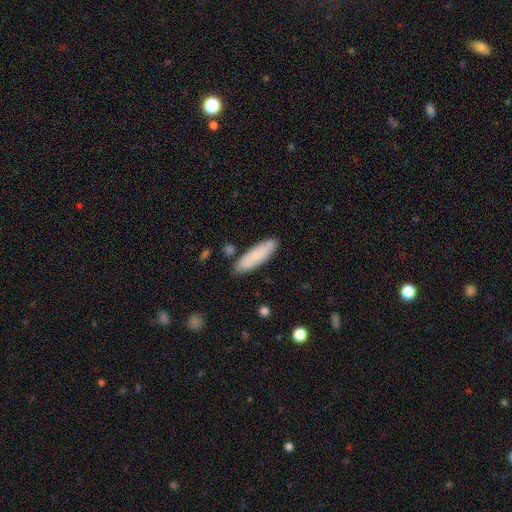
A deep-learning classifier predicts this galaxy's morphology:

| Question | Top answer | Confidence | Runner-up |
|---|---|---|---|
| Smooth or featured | smooth | 76% | featured or disk (18%) |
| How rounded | cigar-shaped | 57% | in between (42%) |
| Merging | none | 82% | minor disturbance (13%) |